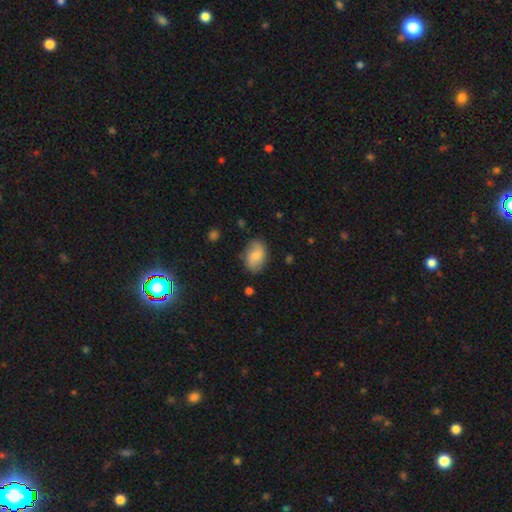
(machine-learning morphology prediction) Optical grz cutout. It shows a smooth galaxy with no disk features (71%) that is in between round and cigar-shaped (84%). Merging: none (75%).